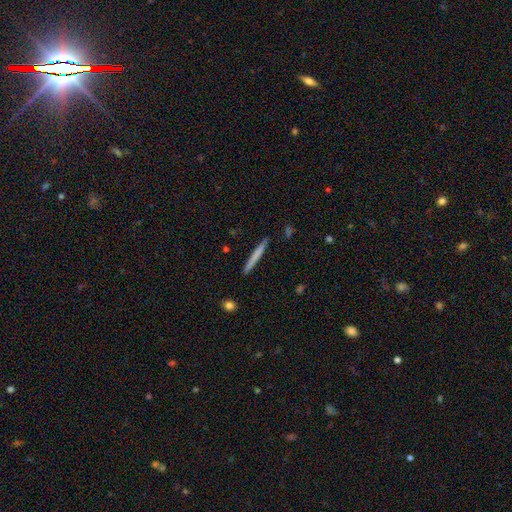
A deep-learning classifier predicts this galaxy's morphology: The model was most divided on "smooth or featured": smooth: 66%, featured or disk: 29%, star or artifact: 5%. More confident: how rounded — cigar-shaped (97%); merging — none (91%).